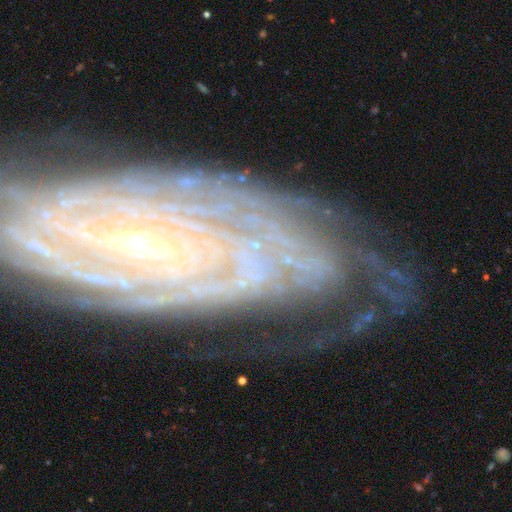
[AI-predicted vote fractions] Q: Smooth or featured?
A: featured or disk (87%); runner-up: star or artifact (7%)
Q: Edge-on disk?
A: no (92%); runner-up: yes (8%)
Q: Bar?
A: no (38%); runner-up: weak (36%)
Q: Spiral arms?
A: yes (96%); runner-up: no (4%)
Q: Spiral winding?
A: tight (77%); runner-up: medium (18%)
Q: Spiral arm count?
A: can't tell (33%); runner-up: 4 (17%)
Q: Bulge size?
A: small (84%); runner-up: moderate (11%)
Q: Merging?
A: none (69%); runner-up: minor disturbance (19%)